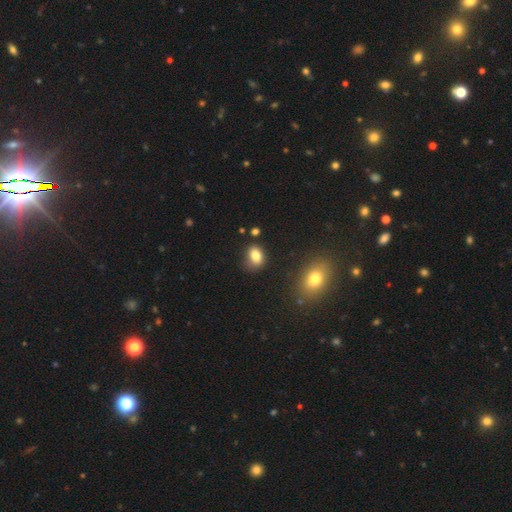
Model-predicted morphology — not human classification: This appears to be a smooth galaxy with no disk features (81%) that is in between round and cigar-shaped (64%). Merging: none (63%).